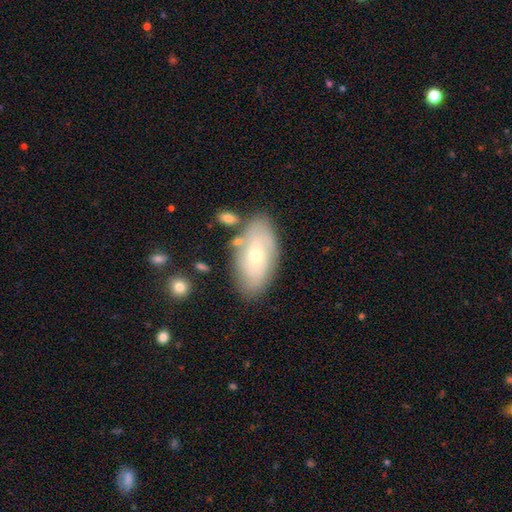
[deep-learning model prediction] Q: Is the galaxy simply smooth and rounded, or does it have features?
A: featured or disk — 50%.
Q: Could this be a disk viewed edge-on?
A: no — 89%.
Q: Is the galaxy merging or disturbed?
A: none — 74%.